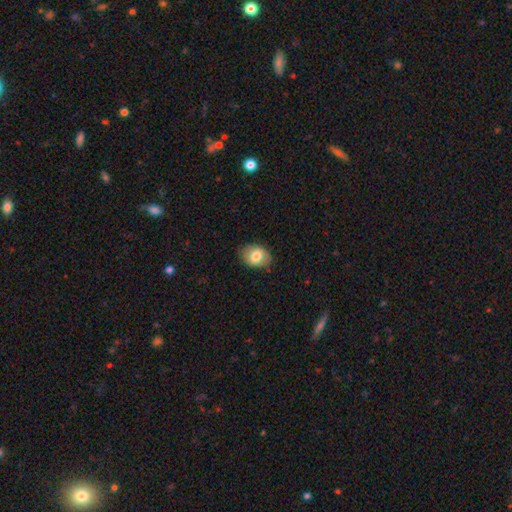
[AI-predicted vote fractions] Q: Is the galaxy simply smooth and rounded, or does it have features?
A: smooth — 80%.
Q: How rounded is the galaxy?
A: in between — 73%.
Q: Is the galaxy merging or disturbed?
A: none — 82%.